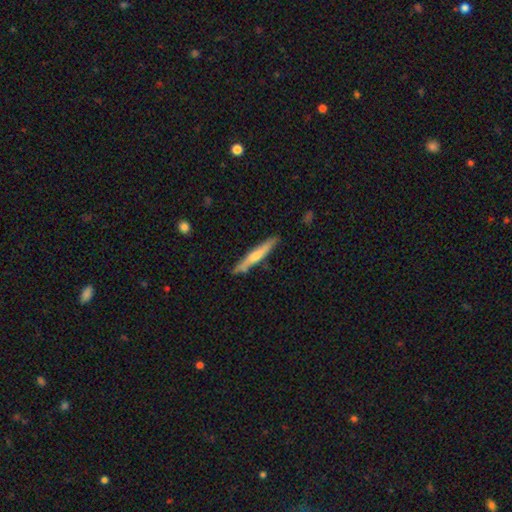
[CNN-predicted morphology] Smooth or featured? Predicted: smooth (p=0.52). How rounded? Predicted: cigar-shaped (p=0.94). Merging? Predicted: none (p=0.85).